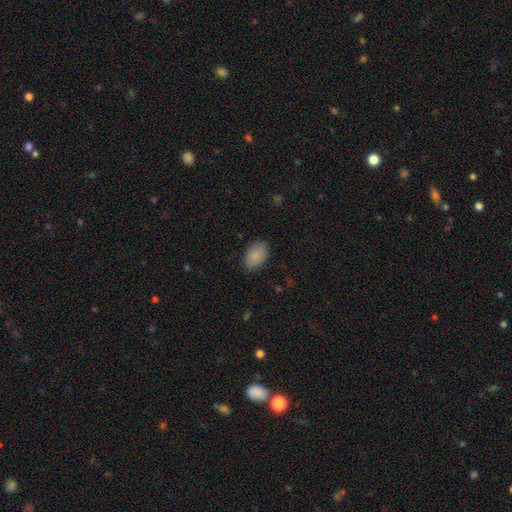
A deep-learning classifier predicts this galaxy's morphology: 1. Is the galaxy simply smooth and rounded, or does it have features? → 88% smooth, 7% star or artifact, 5% featured or disk.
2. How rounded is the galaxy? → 91% in between, 8% round, 1% cigar-shaped.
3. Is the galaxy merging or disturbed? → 86% none, 11% minor disturbance, 3% major disturbance, 1% merger.